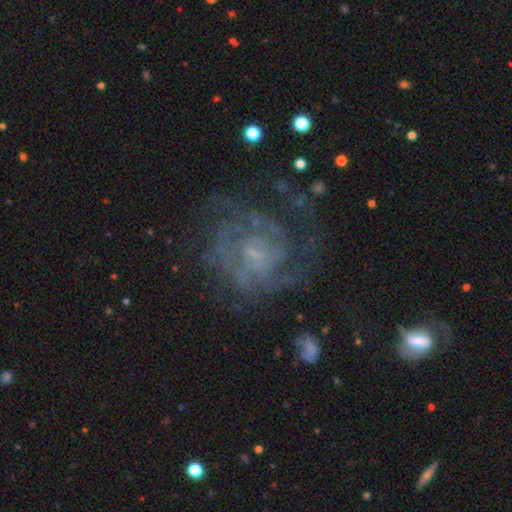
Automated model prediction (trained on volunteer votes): Smooth or featured: featured or disk — 81% (smooth — 10%)
Edge-on disk: no — 98% (yes — 2%)
Bar: no — 50% (weak — 43%)
Spiral arms: yes — 89% (no — 11%)
Spiral winding: tight — 54% (medium — 35%)
Spiral arm count: can't tell — 39% (2 — 22%)
Bulge size: small — 52% (none — 26%)
Merging: none — 63% (major disturbance — 18%)